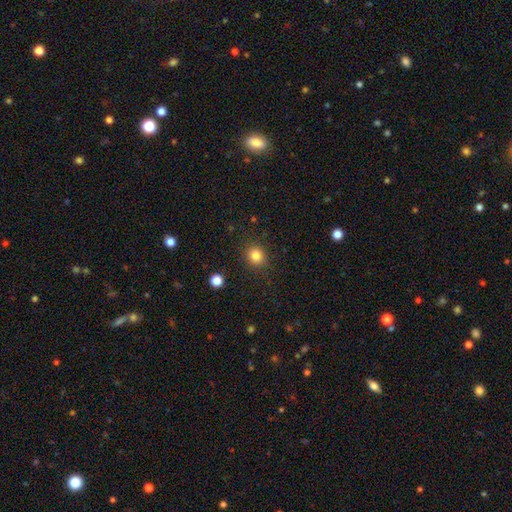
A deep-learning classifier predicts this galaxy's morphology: smooth-or-featured: smooth: 83% | star or artifact: 12% | featured or disk: 5%
  how-rounded: round: 81% | in between: 18% | cigar-shaped: 1%
  merging: none: 88% | minor disturbance: 8% | major disturbance: 3% | merger: 1%